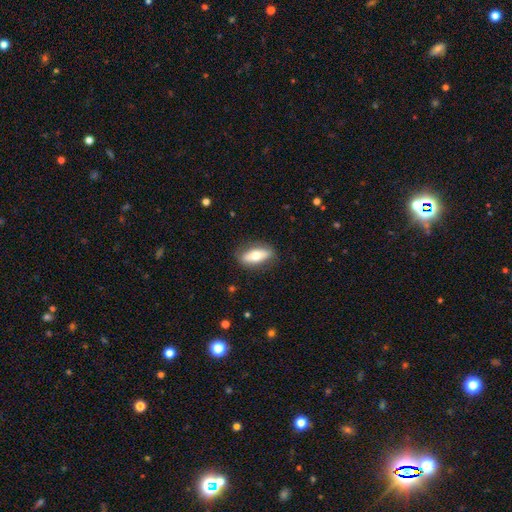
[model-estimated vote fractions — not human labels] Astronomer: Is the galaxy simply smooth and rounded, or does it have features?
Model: smooth — 62%.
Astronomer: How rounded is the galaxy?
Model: in between — 77%.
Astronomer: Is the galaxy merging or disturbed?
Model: none — 83%.